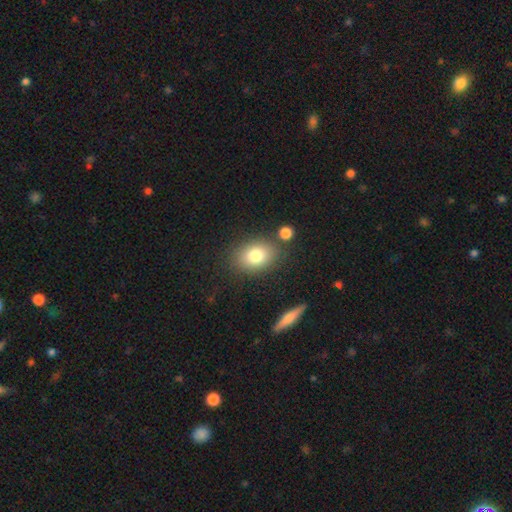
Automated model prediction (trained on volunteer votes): smooth-or-featured: smooth: 80% | featured or disk: 10% | star or artifact: 10%
  how-rounded: in between: 73% | round: 25% | cigar-shaped: 2%
  merging: none: 79% | minor disturbance: 11% | merger: 7% | major disturbance: 4%